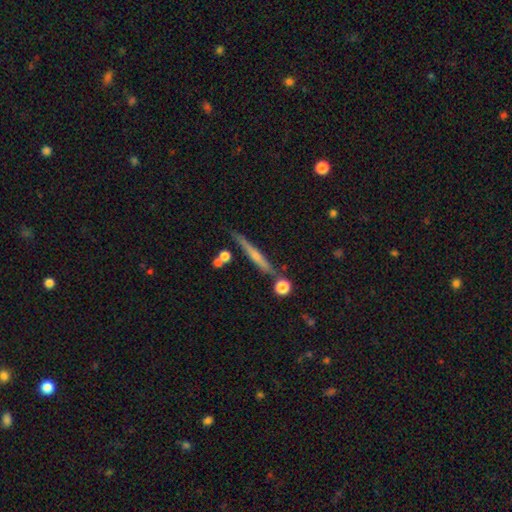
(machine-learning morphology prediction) A featured or disk galaxy (59%) viewed edge-on (92%) with a rounded central bulge (56%). Merging: none (77%).